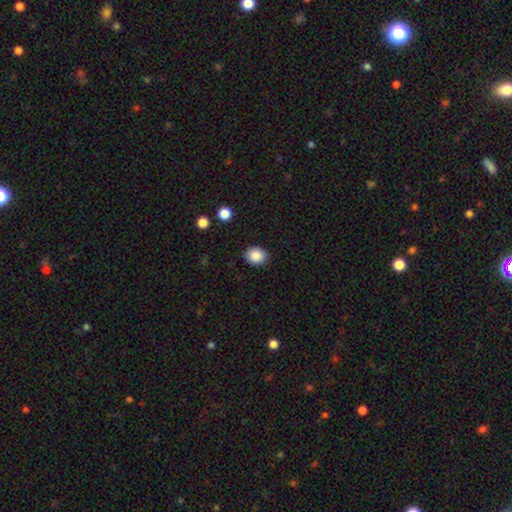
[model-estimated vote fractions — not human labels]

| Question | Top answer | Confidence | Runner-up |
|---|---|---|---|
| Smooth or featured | smooth | 87% | star or artifact (9%) |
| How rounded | round | 57% | in between (42%) |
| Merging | none | 89% | minor disturbance (8%) |